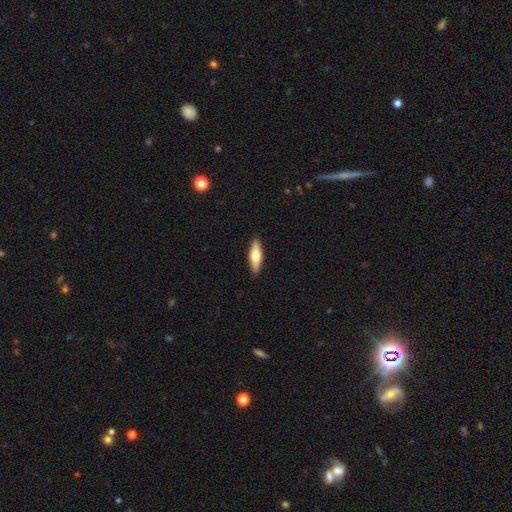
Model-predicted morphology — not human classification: The model was most divided on "how rounded": cigar-shaped: 56%, in between: 42%, round: 2%. More confident: merging — none (91%); smooth or featured — smooth (56%).